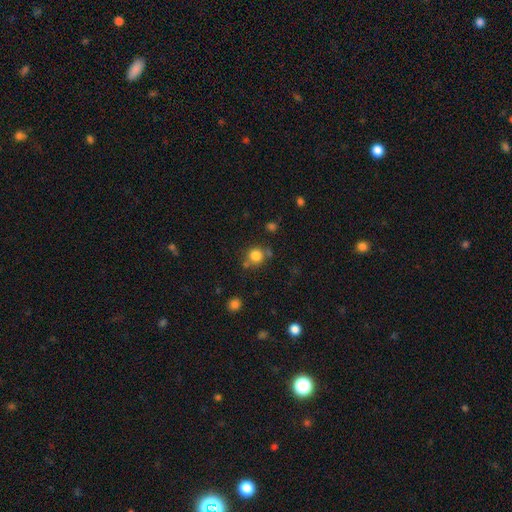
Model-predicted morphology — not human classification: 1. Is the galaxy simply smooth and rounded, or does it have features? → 82% smooth, 12% star or artifact, 6% featured or disk.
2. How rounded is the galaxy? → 90% round, 9% in between, 1% cigar-shaped.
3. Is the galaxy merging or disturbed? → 69% none, 14% merger, 12% minor disturbance, 5% major disturbance.